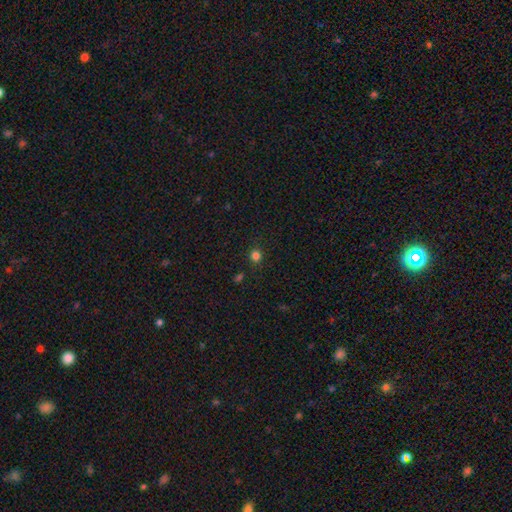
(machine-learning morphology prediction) Smooth or featured? Predicted: smooth (p=0.80). How rounded? Predicted: round (p=0.88). Merging? Predicted: none (p=0.88).